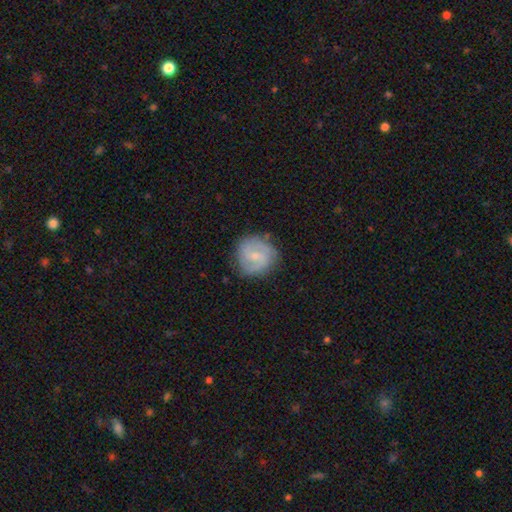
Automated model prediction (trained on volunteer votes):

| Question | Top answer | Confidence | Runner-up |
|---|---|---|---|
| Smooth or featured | featured or disk | 69% | smooth (25%) |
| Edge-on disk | no | 98% | yes (2%) |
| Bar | weak | 54% | no (36%) |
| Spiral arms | yes | 92% | no (8%) |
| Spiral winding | medium | 48% | tight (36%) |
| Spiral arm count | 2 | 73% | can't tell (12%) |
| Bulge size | small | 64% | moderate (27%) |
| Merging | none | 79% | minor disturbance (15%) |